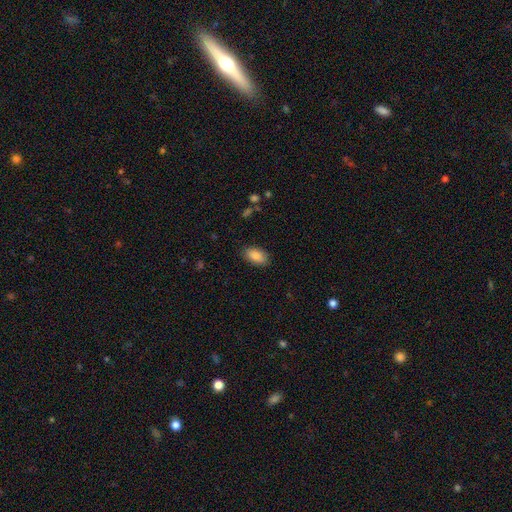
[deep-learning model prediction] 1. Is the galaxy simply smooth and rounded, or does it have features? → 88% smooth, 7% star or artifact, 5% featured or disk.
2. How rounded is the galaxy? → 93% in between, 4% round, 2% cigar-shaped.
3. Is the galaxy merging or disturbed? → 85% none, 11% minor disturbance, 3% major disturbance, 1% merger.